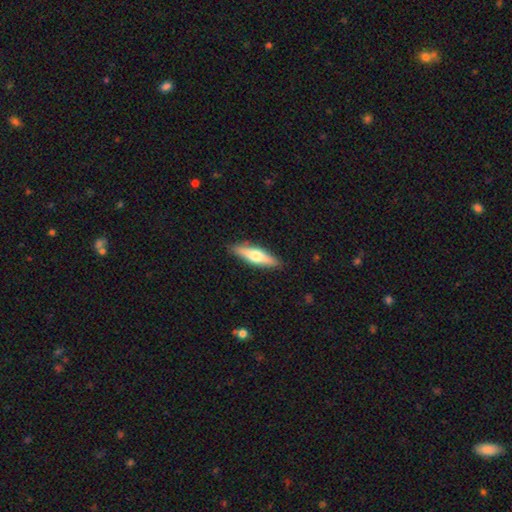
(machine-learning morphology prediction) A smooth galaxy with no disk features (51%) that is cigar-shaped (68%). Merging: none (89%).